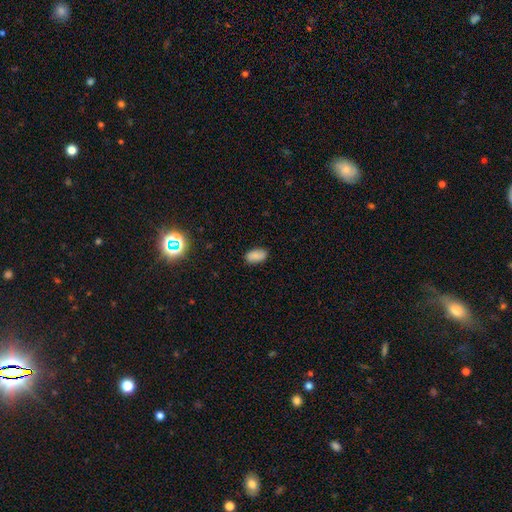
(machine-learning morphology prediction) Overall: smooth (83%). How rounded: in between (93%). Merging: none (85%).